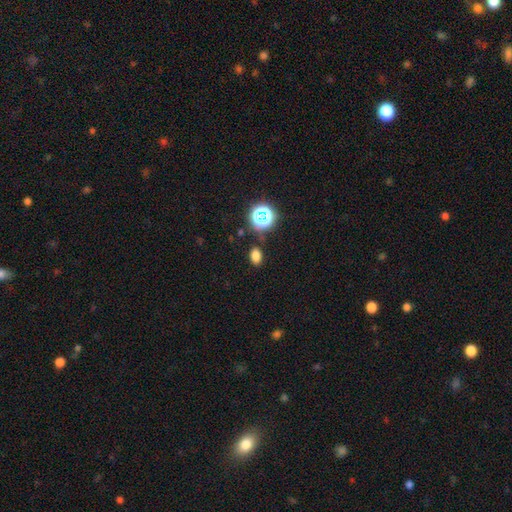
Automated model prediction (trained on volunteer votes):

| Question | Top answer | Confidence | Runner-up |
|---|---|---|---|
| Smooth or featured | smooth | 76% | star or artifact (19%) |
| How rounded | in between | 80% | round (19%) |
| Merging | none | 84% | minor disturbance (10%) |